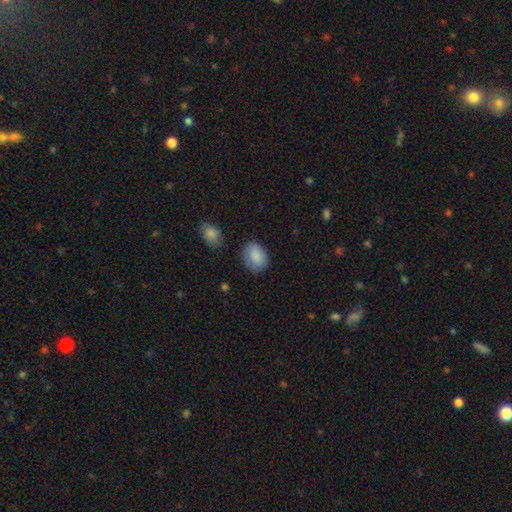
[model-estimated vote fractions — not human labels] smooth-or-featured: smooth: 87% | star or artifact: 7% | featured or disk: 6%
  how-rounded: in between: 68% | round: 31% | cigar-shaped: 1%
  merging: none: 69% | minor disturbance: 23% | major disturbance: 5% | merger: 3%